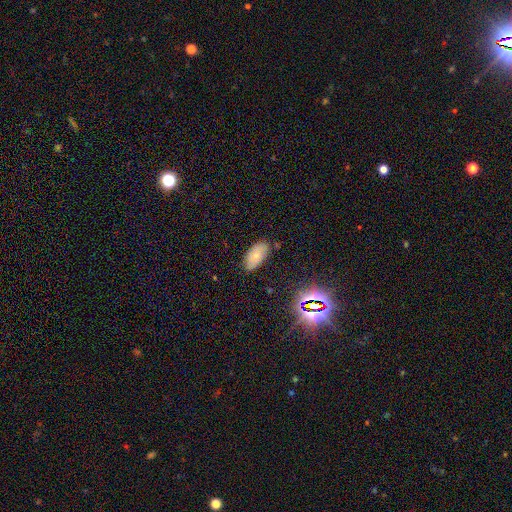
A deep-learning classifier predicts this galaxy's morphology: A smooth galaxy with no disk features (67%) that is in between round and cigar-shaped (93%).

Vote fractions:
- Smooth or featured? smooth: 67% / featured or disk: 20% / star or artifact: 13%
- How rounded? in between: 93% / round: 4% / cigar-shaped: 3%
- Merging? none: 77% / minor disturbance: 18% / major disturbance: 3% / merger: 2%